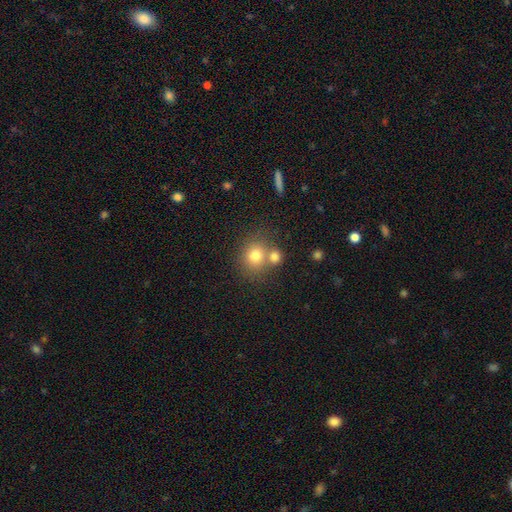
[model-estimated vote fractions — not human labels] Q: Smooth or featured?
A: smooth (77%); runner-up: star or artifact (12%)
Q: How rounded?
A: round (80%); runner-up: in between (19%)
Q: Merging?
A: none (53%); runner-up: merger (34%)